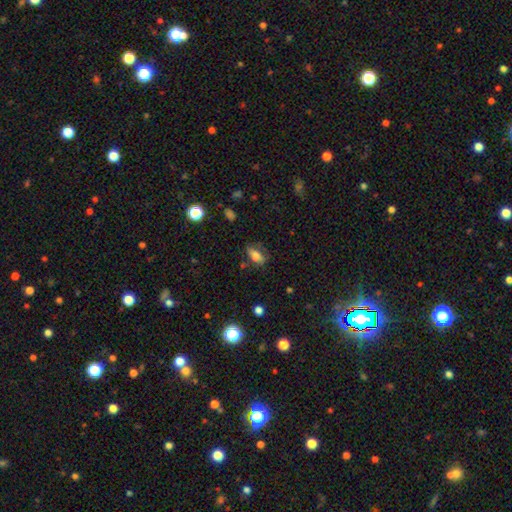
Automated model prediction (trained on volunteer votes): Smooth or featured? smooth (68%)
How rounded? in between (80%)
Merging? none (62%)